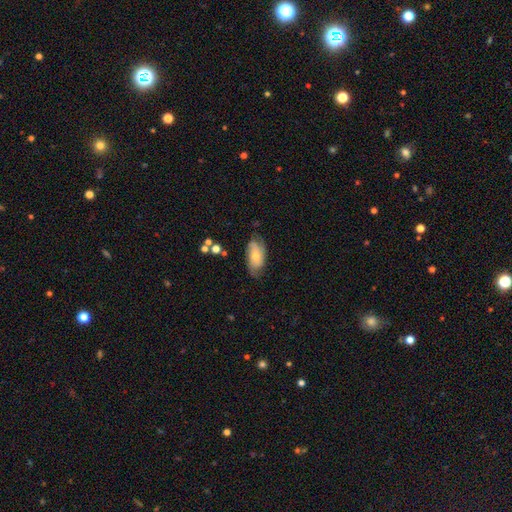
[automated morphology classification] Overall: featured or disk (58%; smooth 35%). Edge-on disk: no (92%). Bar: no (73%). Spiral arms: yes (87%). Bulge size: small (49%; moderate 44%). Merging: none (67%).